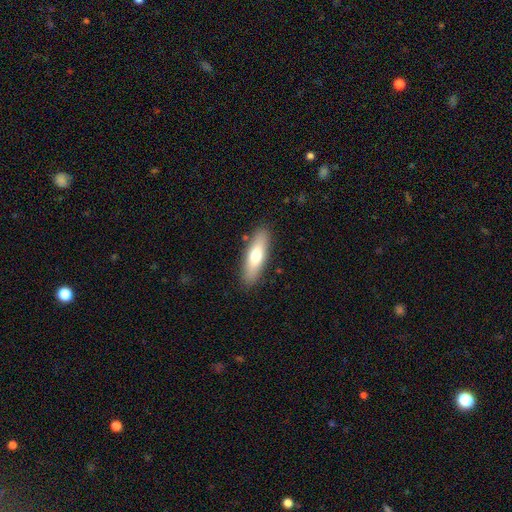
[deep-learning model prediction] smooth_or_featured: smooth (p=0.68) [alt: featured or disk p=0.26]
how_rounded: cigar-shaped (p=0.52) [alt: in between p=0.46]
merging: none (p=0.87) [alt: minor disturbance p=0.09]